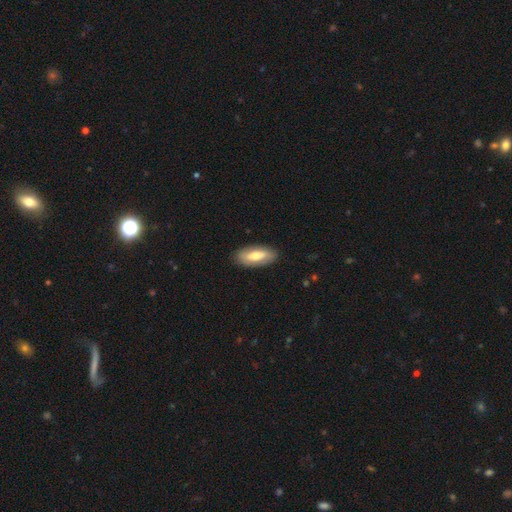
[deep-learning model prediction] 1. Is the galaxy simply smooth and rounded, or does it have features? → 65% smooth, 29% featured or disk, 6% star or artifact.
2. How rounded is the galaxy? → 82% in between, 16% cigar-shaped, 2% round.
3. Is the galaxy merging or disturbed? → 87% none, 10% minor disturbance, 2% major disturbance, 1% merger.